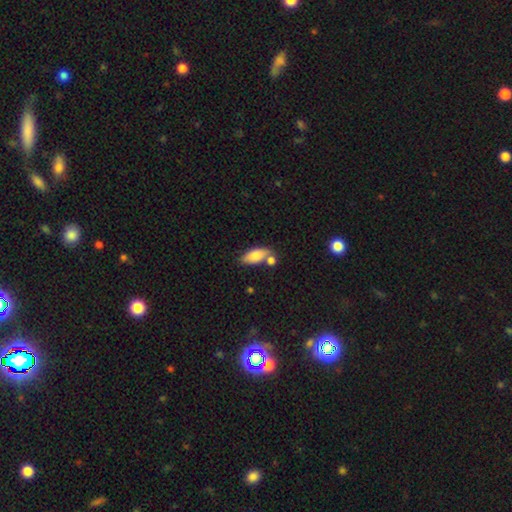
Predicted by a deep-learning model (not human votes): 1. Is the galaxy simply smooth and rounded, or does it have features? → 81% smooth, 12% featured or disk, 7% star or artifact.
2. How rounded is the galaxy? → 86% in between, 11% cigar-shaped, 3% round.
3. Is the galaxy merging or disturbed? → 57% none, 23% merger, 16% minor disturbance, 5% major disturbance.